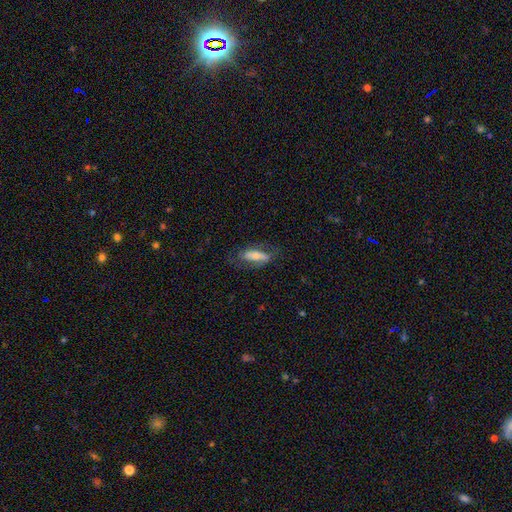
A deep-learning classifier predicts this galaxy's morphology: This appears to be a smooth galaxy with no disk features (51%) that is in between round and cigar-shaped (69%). Merging: none (66%).